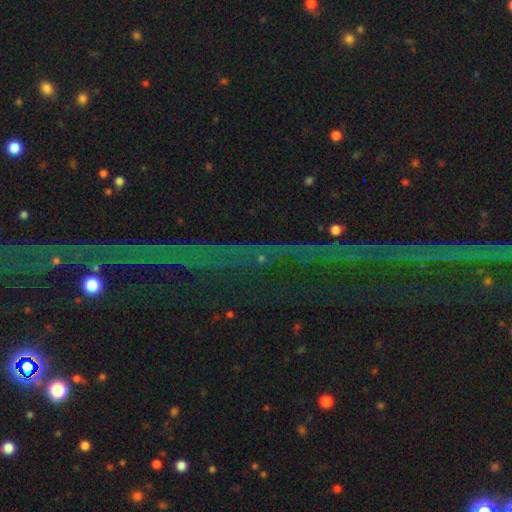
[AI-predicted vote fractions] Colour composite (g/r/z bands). It shows a star or artifact, not a galaxy (84%).